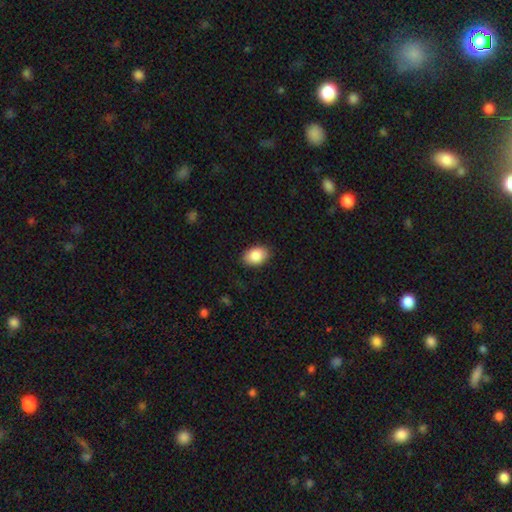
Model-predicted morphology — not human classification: This appears to be a smooth galaxy with no disk features (88%) that is in between round and cigar-shaped (85%). Merging: none (87%).